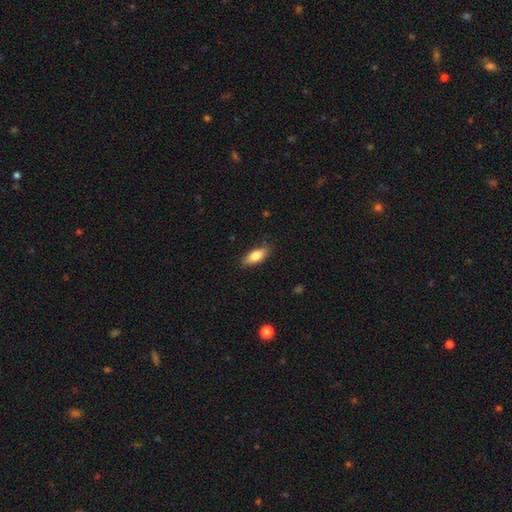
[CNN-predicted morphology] Q: Smooth or featured?
A: smooth (81%); runner-up: featured or disk (12%)
Q: How rounded?
A: in between (79%); runner-up: cigar-shaped (19%)
Q: Merging?
A: none (84%); runner-up: minor disturbance (12%)